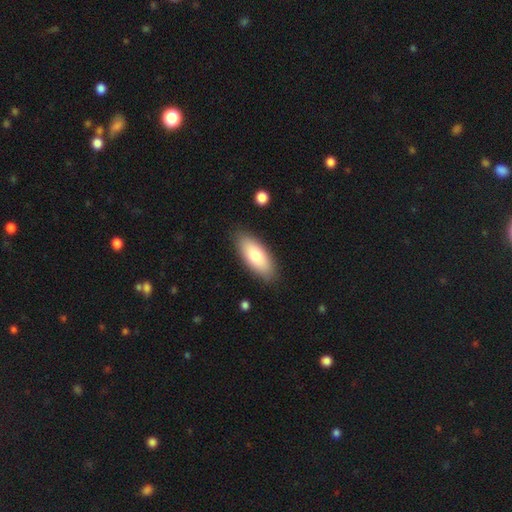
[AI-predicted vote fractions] A smooth galaxy with no disk features (77%) that is in between round and cigar-shaped (81%).

Vote fractions:
- Smooth or featured? smooth: 77% / featured or disk: 18% / star or artifact: 6%
- How rounded? in between: 81% / cigar-shaped: 17% / round: 2%
- Merging? none: 87% / minor disturbance: 10% / major disturbance: 2% / merger: 1%